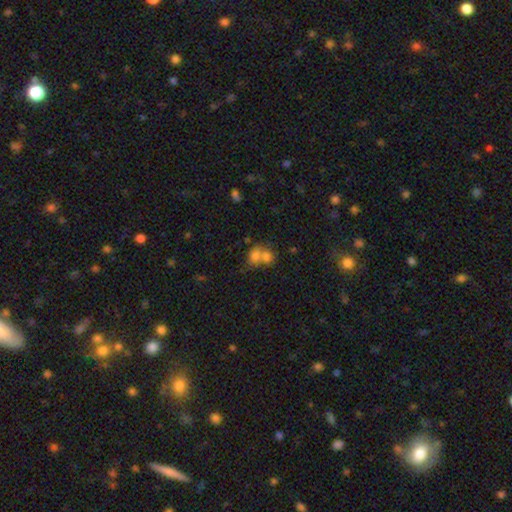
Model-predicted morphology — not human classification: smooth 72%, featured or disk 16%, star or artifact 12%. Down the decision tree: how rounded — round (65%); merging — merger (64%).